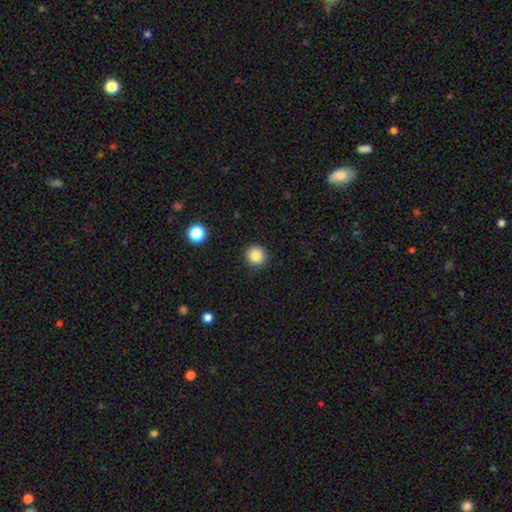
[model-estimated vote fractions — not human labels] smooth_or_featured: smooth (p=0.85) [alt: star or artifact p=0.10]
how_rounded: round (p=0.90) [alt: in between p=0.09]
merging: none (p=0.88) [alt: minor disturbance p=0.08]